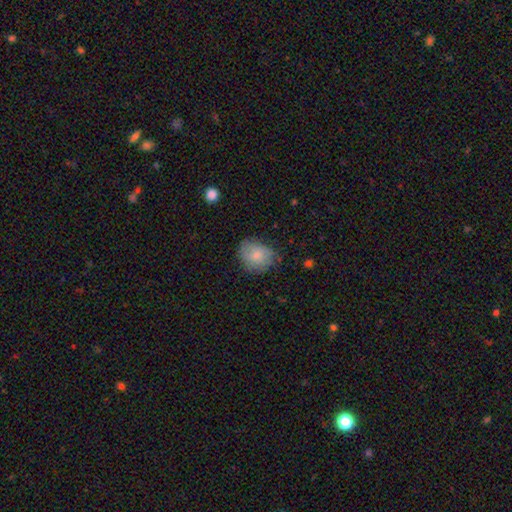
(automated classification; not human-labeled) Q: Smooth or featured?
A: smooth (68%); runner-up: featured or disk (24%)
Q: How rounded?
A: round (58%); runner-up: in between (41%)
Q: Merging?
A: none (65%); runner-up: minor disturbance (28%)